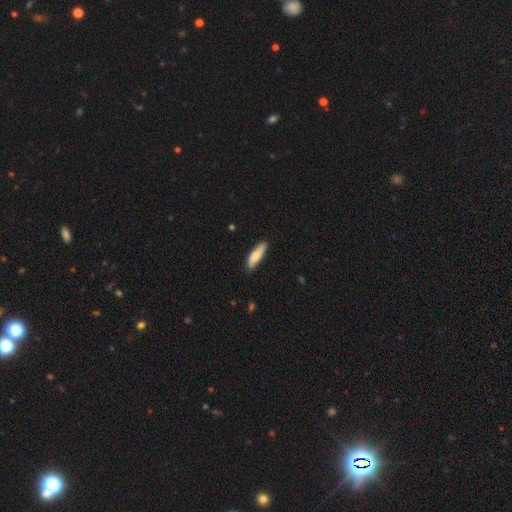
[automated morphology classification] smooth-or-featured: smooth: 81% | featured or disk: 13% | star or artifact: 5%
  how-rounded: cigar-shaped: 56% | in between: 43% | round: 2%
  merging: none: 80% | minor disturbance: 16% | major disturbance: 2% | merger: 1%